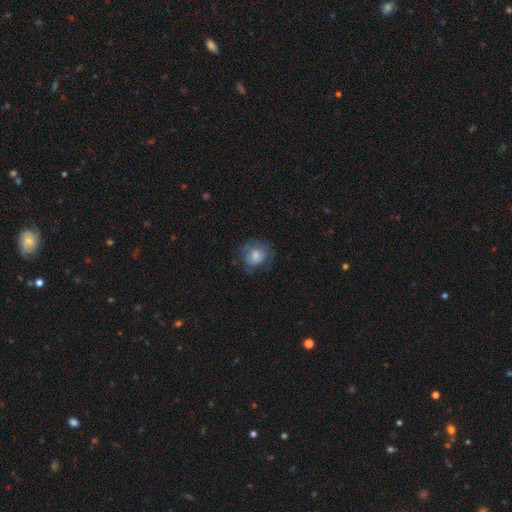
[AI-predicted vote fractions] Morphology: type=smooth (66%); roundness=round (75%); merging=none (63%).